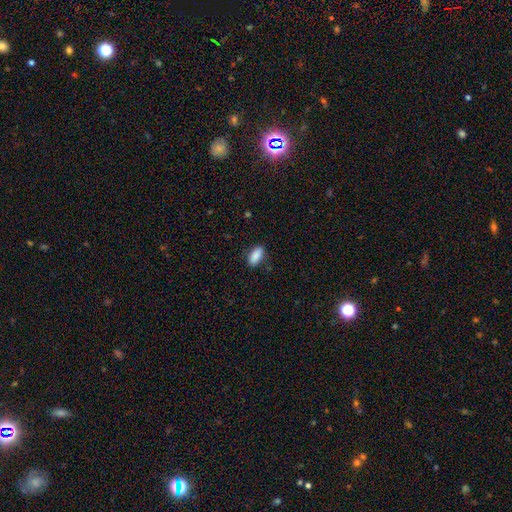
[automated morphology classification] A smooth galaxy with no disk features (89%) that is in between round and cigar-shaped (87%). Merging: none (83%).